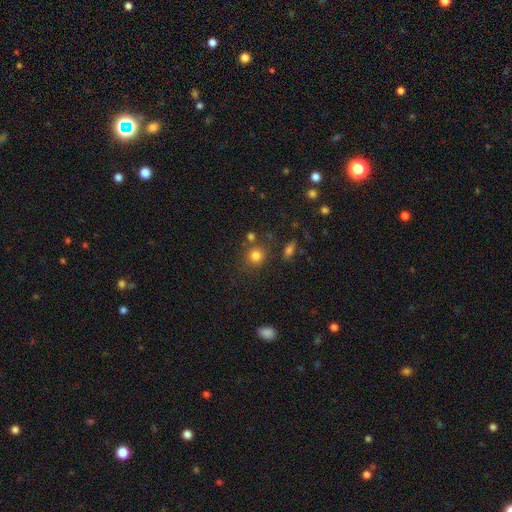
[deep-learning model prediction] smooth 79%, star or artifact 14%, featured or disk 7%. Down the decision tree: how rounded — round (84%); merging — none (72%).